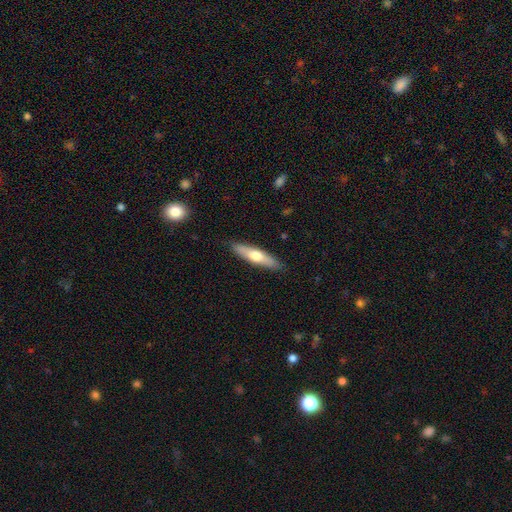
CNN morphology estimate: A smooth galaxy with no disk features (55%) that is cigar-shaped (76%). Merging: none (88%).